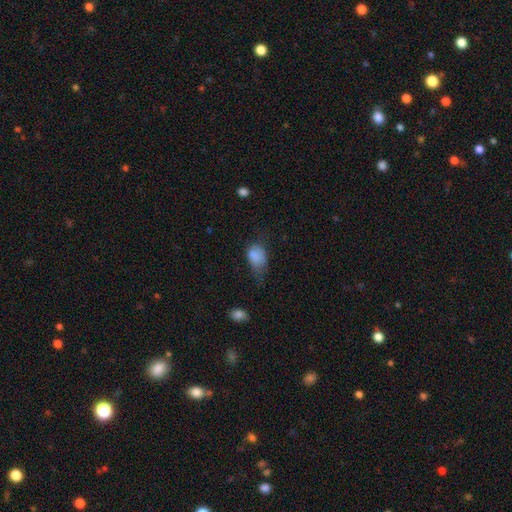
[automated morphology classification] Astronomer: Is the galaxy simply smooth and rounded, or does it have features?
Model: smooth — 79%.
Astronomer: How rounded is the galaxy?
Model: in between — 82%.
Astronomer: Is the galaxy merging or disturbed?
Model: minor disturbance — 38% (runner-up: major disturbance, 33%).